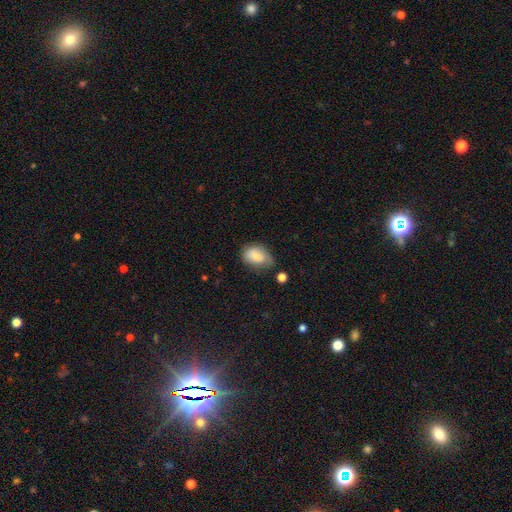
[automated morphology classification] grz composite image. It shows a smooth galaxy with no disk features (75%) that is in between round and cigar-shaped (82%). Merging: none (50%).